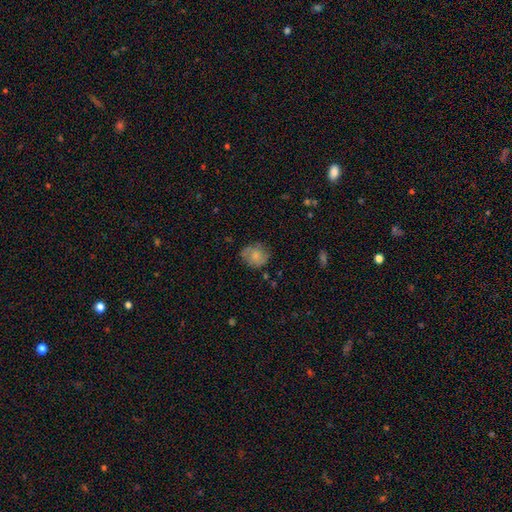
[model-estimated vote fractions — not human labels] Q: Smooth or featured?
A: smooth (69%); runner-up: featured or disk (23%)
Q: How rounded?
A: round (75%); runner-up: in between (24%)
Q: Merging?
A: none (70%); runner-up: minor disturbance (21%)